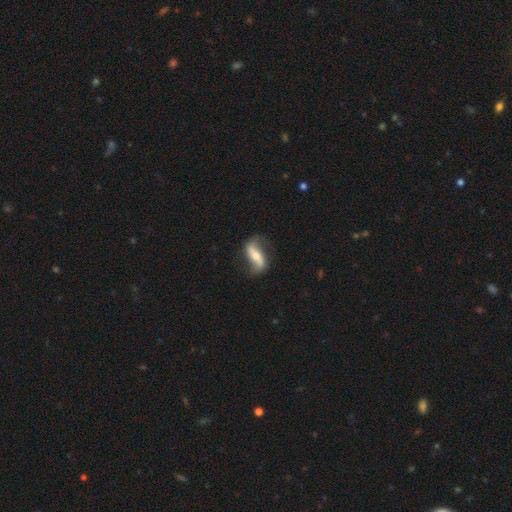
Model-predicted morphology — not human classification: smooth_or_featured: featured or disk (p=0.79) [alt: smooth p=0.15]
disk_edge_on: no (p=0.89) [alt: yes p=0.11]
bar: strong (p=0.45) [alt: weak p=0.28]
has_spiral_arms: yes (p=0.91) [alt: no p=0.09]
spiral_winding: loose (p=0.82) [alt: medium p=0.13]
spiral_arm_count: 2 (p=0.92) [alt: can't tell p=0.03]
bulge_size: moderate (p=0.49) [alt: small p=0.40]
merging: none (p=0.74) [alt: minor disturbance p=0.17]